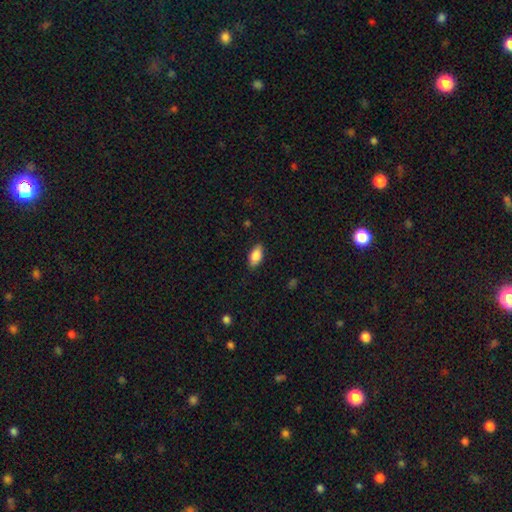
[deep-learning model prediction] This appears to be a smooth galaxy with no disk features (85%) that is in between round and cigar-shaped (89%). Merging: none (84%).